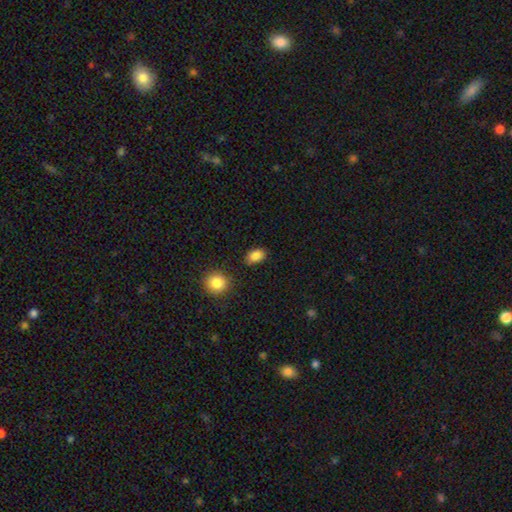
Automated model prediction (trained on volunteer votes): A smooth galaxy with no disk features (86%) that is in between round and cigar-shaped (81%).

Vote fractions:
- Smooth or featured? smooth: 86% / star or artifact: 9% / featured or disk: 4%
- How rounded? in between: 81% / round: 18% / cigar-shaped: 1%
- Merging? none: 82% / minor disturbance: 12% / merger: 3% / major disturbance: 3%